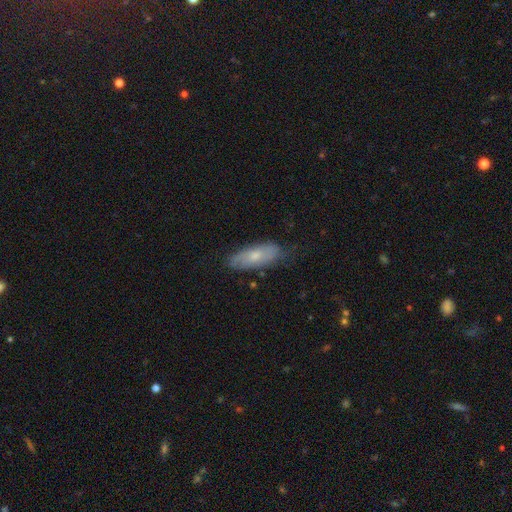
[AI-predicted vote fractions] smooth_or_featured: smooth (p=0.57) [alt: featured or disk p=0.36]
how_rounded: in between (p=0.73) [alt: cigar-shaped p=0.25]
merging: none (p=0.68) [alt: minor disturbance p=0.25]